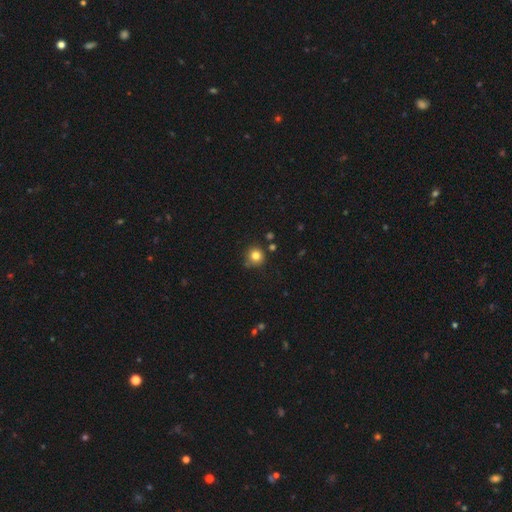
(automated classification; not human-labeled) smooth_or_featured: smooth (p=0.81) [alt: star or artifact p=0.12]
how_rounded: round (p=0.92) [alt: in between p=0.07]
merging: none (p=0.79) [alt: minor disturbance p=0.12]